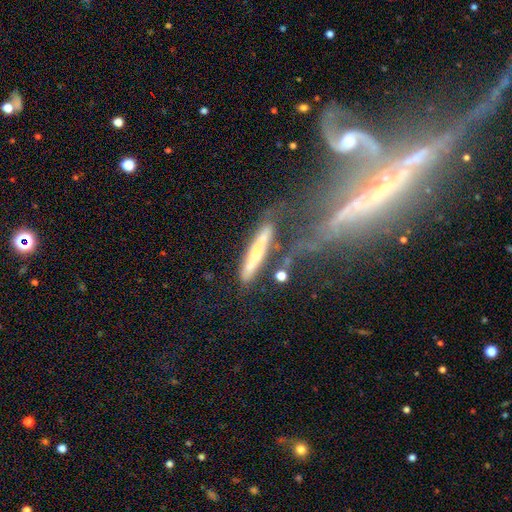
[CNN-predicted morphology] Smooth or featured? Predicted: smooth (p=0.47). Merging? Predicted: none (p=0.60).